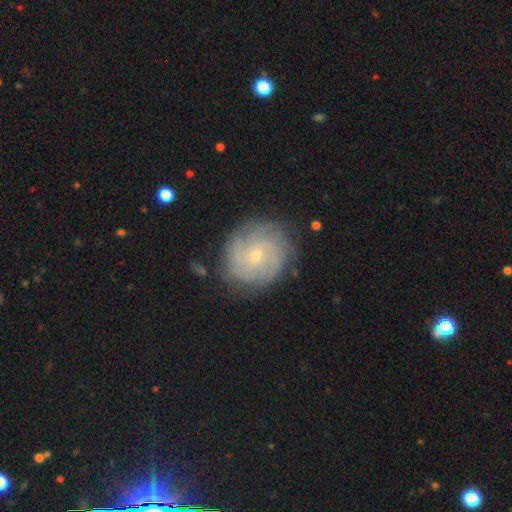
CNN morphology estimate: Smooth or featured: featured or disk — 77% (smooth — 16%)
Edge-on disk: no — 97% (yes — 3%)
Bar: no — 76% (weak — 21%)
Spiral arms: yes — 94% (no — 6%)
Spiral winding: tight — 74% (medium — 21%)
Spiral arm count: can't tell — 36% (4 — 20%)
Bulge size: small — 74% (moderate — 23%)
Merging: none — 81% (minor disturbance — 14%)